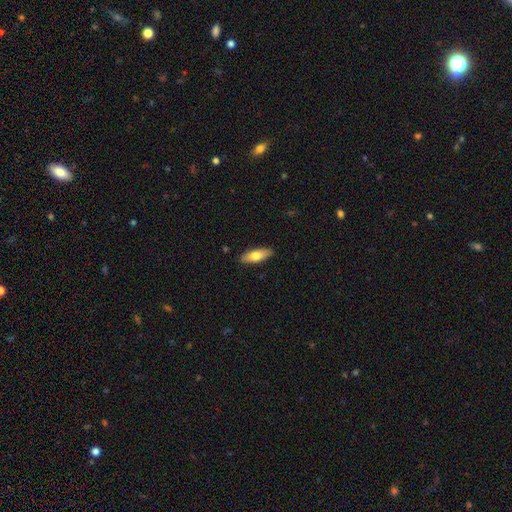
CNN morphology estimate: Overall: smooth (71%). How rounded: in between (62%; cigar-shaped 35%). Merging: none (89%).